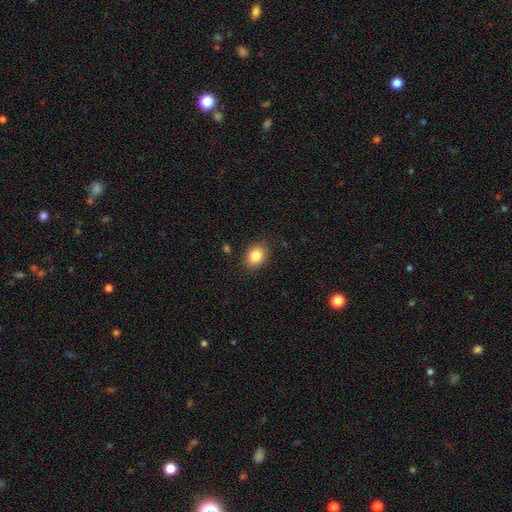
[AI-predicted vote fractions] Morphology: type=smooth (84%); roundness=in between (57%); merging=none (87%).